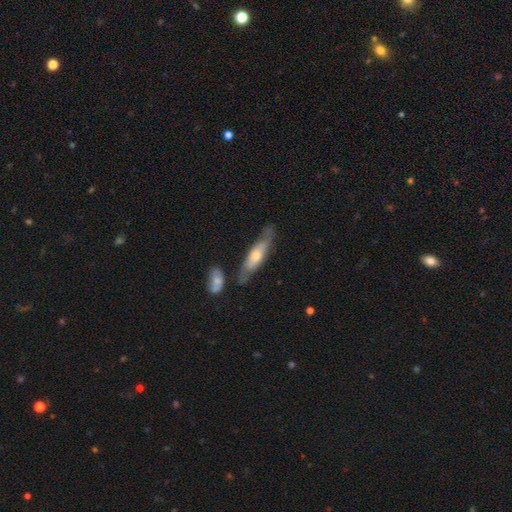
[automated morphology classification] Q: Smooth or featured?
A: featured or disk (58%); runner-up: smooth (35%)
Q: Edge-on disk?
A: yes (54%); runner-up: no (46%)
Q: Merging?
A: none (70%); runner-up: minor disturbance (19%)